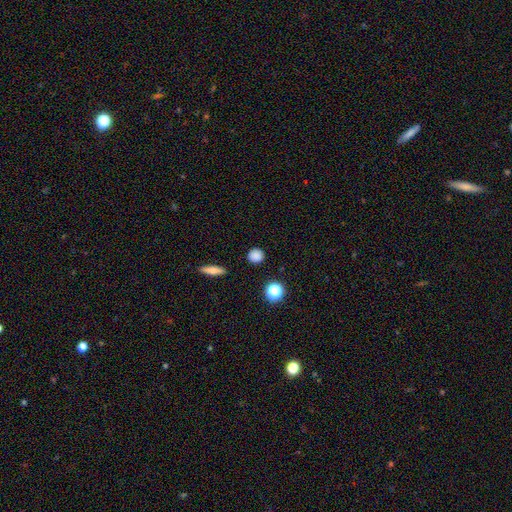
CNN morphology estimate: Q: Smooth or featured?
A: smooth (84%); runner-up: star or artifact (12%)
Q: How rounded?
A: round (88%); runner-up: in between (10%)
Q: Merging?
A: none (89%); runner-up: minor disturbance (7%)